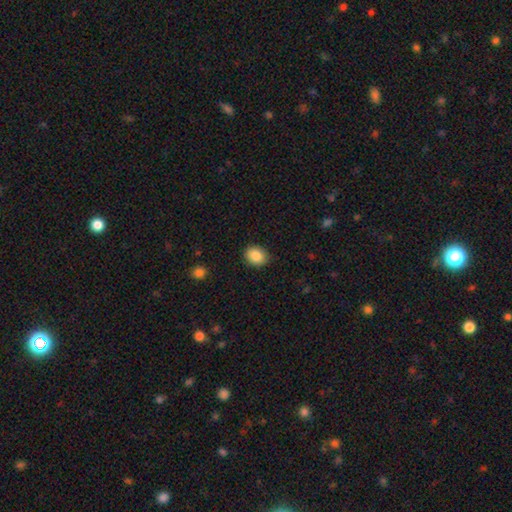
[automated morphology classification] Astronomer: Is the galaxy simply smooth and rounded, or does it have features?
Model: smooth — 87%.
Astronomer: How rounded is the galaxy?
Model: round — 50% (runner-up: in between, 49%).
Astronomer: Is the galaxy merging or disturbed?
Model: none — 84%.